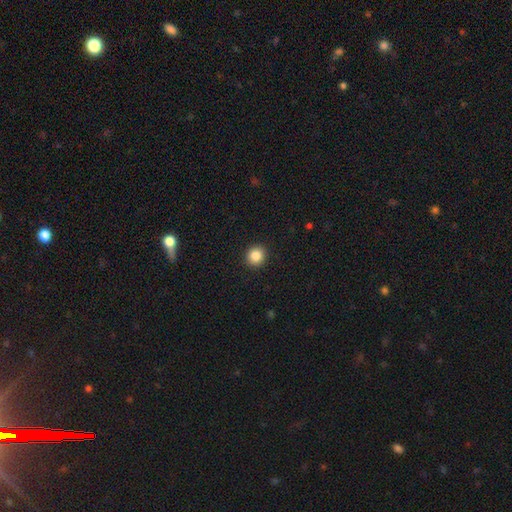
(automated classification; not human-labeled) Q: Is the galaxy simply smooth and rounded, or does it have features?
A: smooth — 86%.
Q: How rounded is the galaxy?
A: round — 89%.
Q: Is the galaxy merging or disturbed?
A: none — 92%.